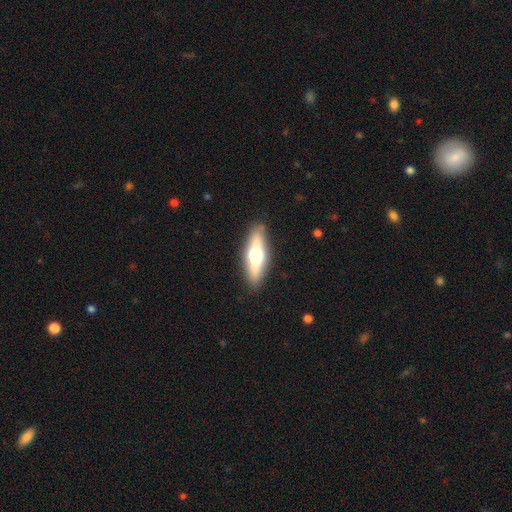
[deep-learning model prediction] Smooth or featured: featured or disk — 48% (smooth — 46%)
Merging: none — 88% (minor disturbance — 9%)